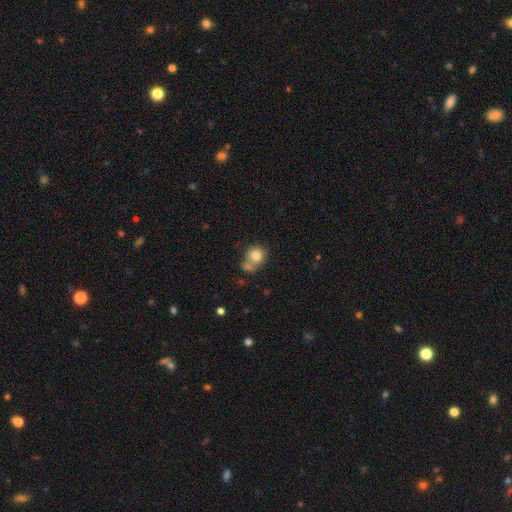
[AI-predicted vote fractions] Smooth or featured: smooth — 81% (featured or disk — 10%)
How rounded: round — 83% (in between — 16%)
Merging: none — 46% (merger — 36%)